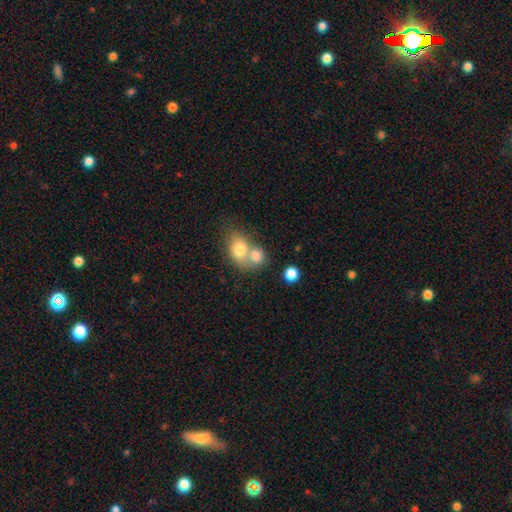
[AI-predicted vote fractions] smooth 76%, featured or disk 14%, star or artifact 9%. Down the decision tree: how rounded — round (53%); merging — merger (61%).